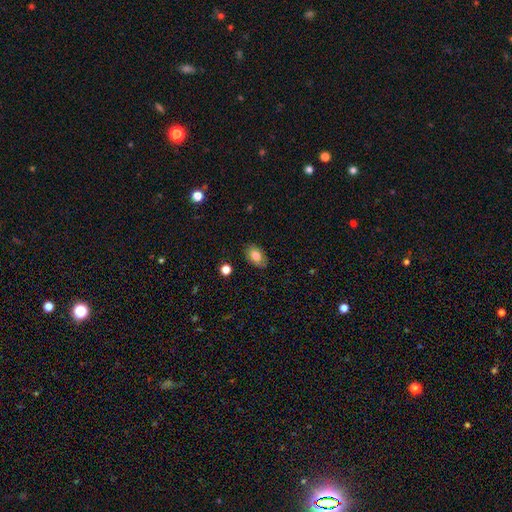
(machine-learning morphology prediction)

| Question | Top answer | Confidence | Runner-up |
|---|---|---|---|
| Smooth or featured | smooth | 81% | featured or disk (12%) |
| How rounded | in between | 89% | round (10%) |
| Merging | none | 86% | minor disturbance (11%) |